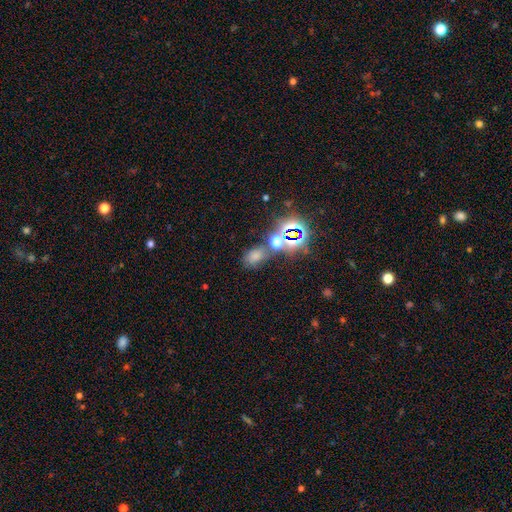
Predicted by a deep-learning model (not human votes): Smooth or featured?
  - smooth: 55% *
  - star or artifact: 35%
  - featured or disk: 10%
How rounded?
  - in between: 74% *
  - round: 24%
  - cigar-shaped: 2%
Merging?
  - none: 56% *
  - merger: 20%
  - minor disturbance: 16%
  - major disturbance: 8%